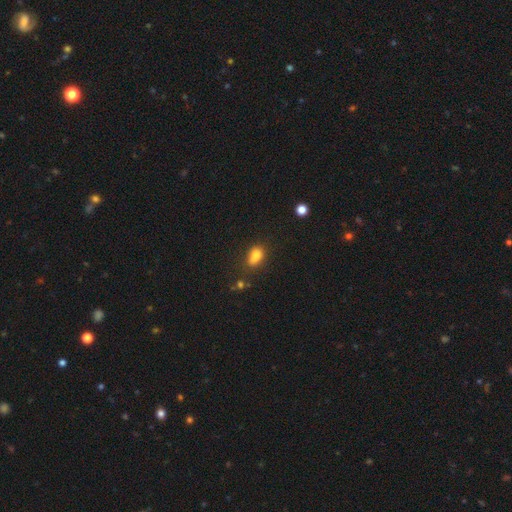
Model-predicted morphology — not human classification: A smooth galaxy with no disk features (81%) that is in between round and cigar-shaped (81%).

Vote fractions:
- Smooth or featured? smooth: 81% / star or artifact: 12% / featured or disk: 7%
- How rounded? in between: 81% / round: 14% / cigar-shaped: 5%
- Merging? none: 57% / minor disturbance: 25% / merger: 10% / major disturbance: 8%